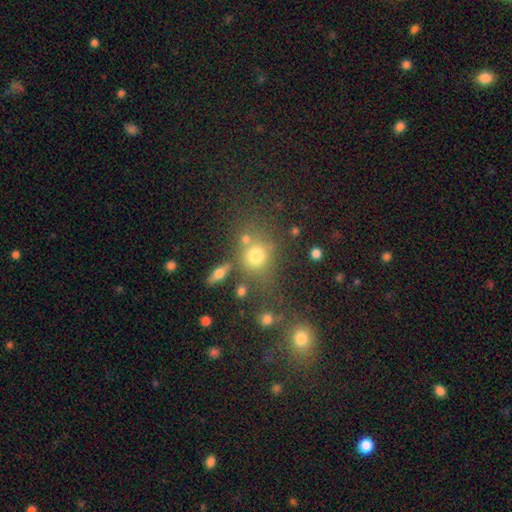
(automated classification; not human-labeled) This appears to be a smooth galaxy with no disk features (71%) that is round (69%). Merging: none (59%).